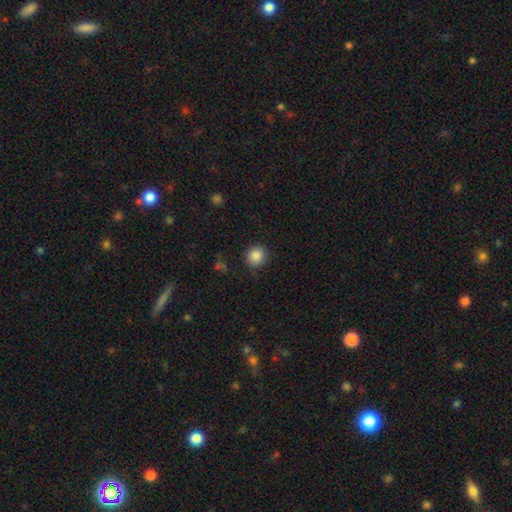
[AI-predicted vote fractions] Overall: smooth (87%). How rounded: round (91%). Merging: none (86%).